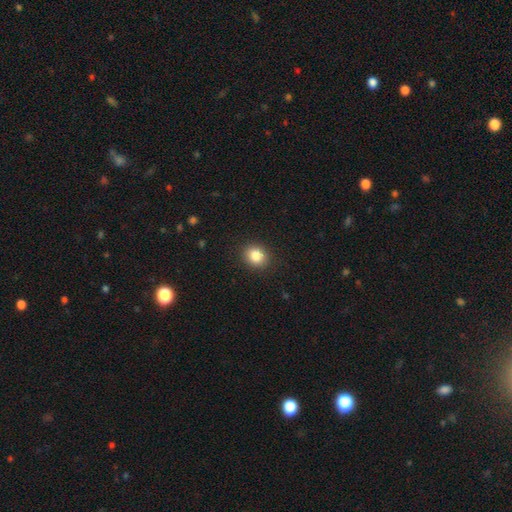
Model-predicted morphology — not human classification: Smooth or featured: smooth — 84% (star or artifact — 10%)
How rounded: round — 71% (in between — 28%)
Merging: none — 90% (minor disturbance — 7%)